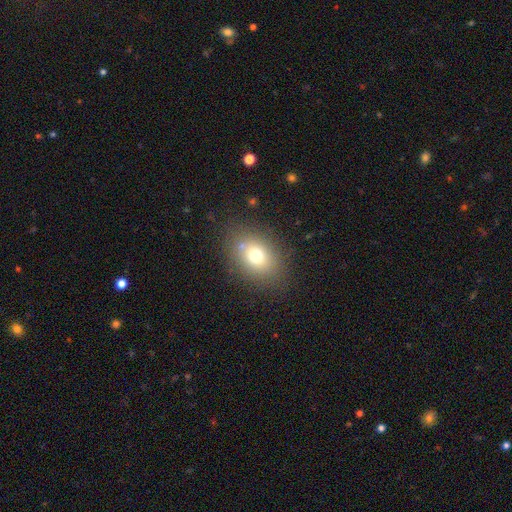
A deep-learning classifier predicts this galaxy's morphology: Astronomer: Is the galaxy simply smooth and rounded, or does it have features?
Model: smooth — 72%.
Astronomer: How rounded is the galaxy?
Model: in between — 63%.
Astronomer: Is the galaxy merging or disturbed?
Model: none — 79%.